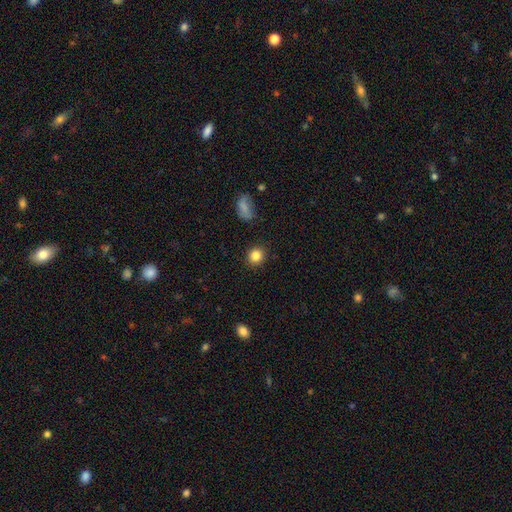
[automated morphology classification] A smooth galaxy with no disk features (85%) that is round (86%). Merging: none (89%).